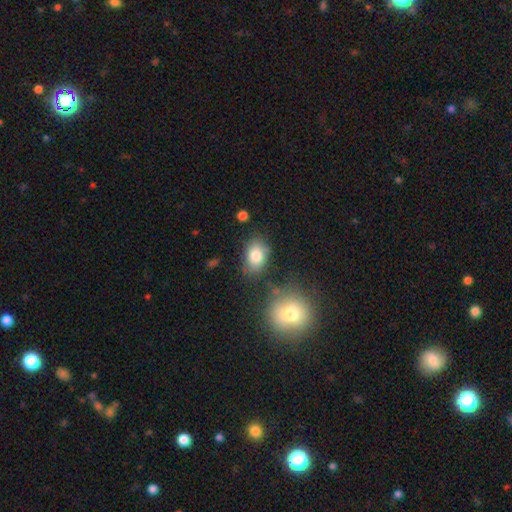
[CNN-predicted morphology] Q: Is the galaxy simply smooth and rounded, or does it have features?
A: smooth — 82%.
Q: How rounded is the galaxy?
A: in between — 82%.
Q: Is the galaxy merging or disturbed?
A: none — 72%.